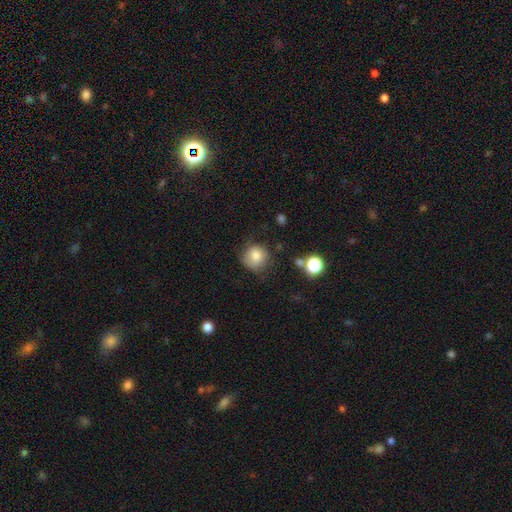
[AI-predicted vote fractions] smooth-or-featured: smooth: 80% | star or artifact: 10% | featured or disk: 10%
  how-rounded: round: 88% | in between: 11% | cigar-shaped: 1%
  merging: none: 67% | minor disturbance: 22% | major disturbance: 8% | merger: 3%